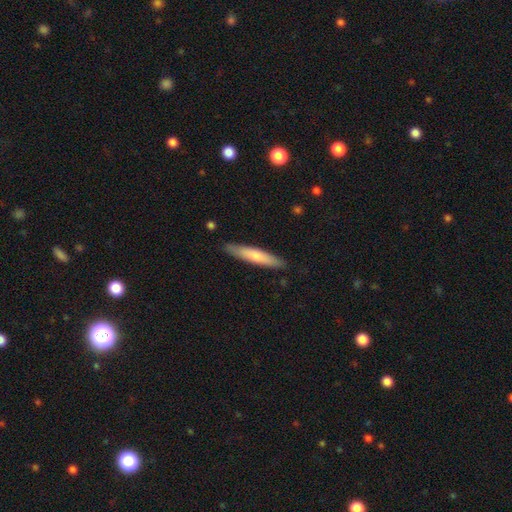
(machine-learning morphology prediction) A smooth galaxy with no disk features (69%) that is cigar-shaped (89%). Merging: none (88%).